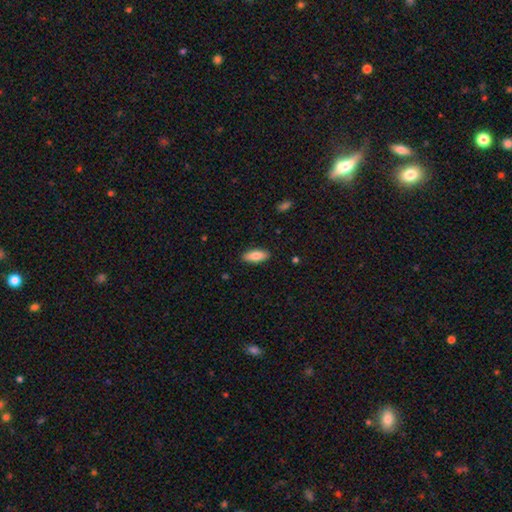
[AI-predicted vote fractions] Q: Smooth or featured?
A: smooth (81%); runner-up: featured or disk (13%)
Q: How rounded?
A: in between (80%); runner-up: cigar-shaped (18%)
Q: Merging?
A: none (89%); runner-up: minor disturbance (8%)